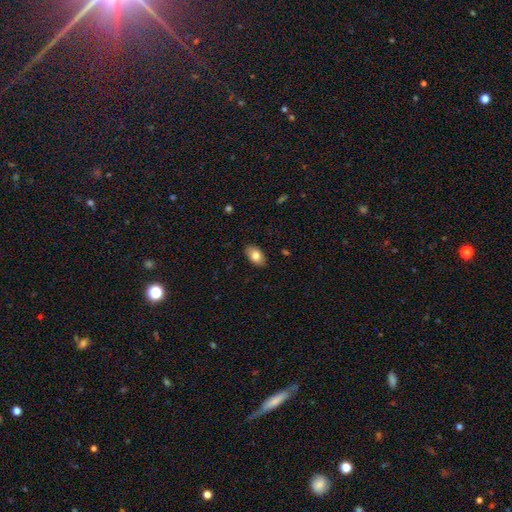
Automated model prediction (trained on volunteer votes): Overall: smooth (80%). How rounded: in between (91%). Merging: none (86%).